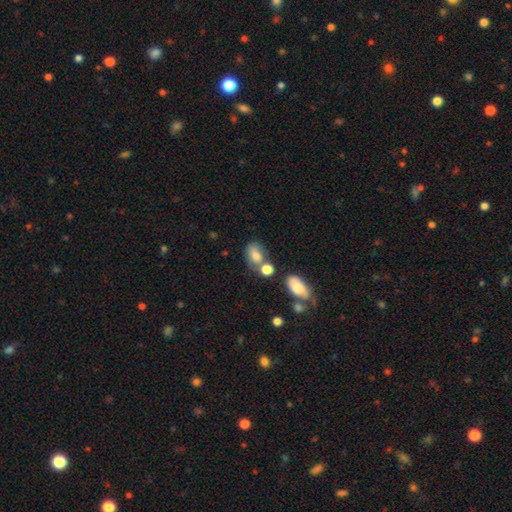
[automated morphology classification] smooth_or_featured: smooth (p=0.75) [alt: featured or disk p=0.14]
how_rounded: in between (p=0.78) [alt: round p=0.20]
merging: none (p=0.44) [alt: merger p=0.28]